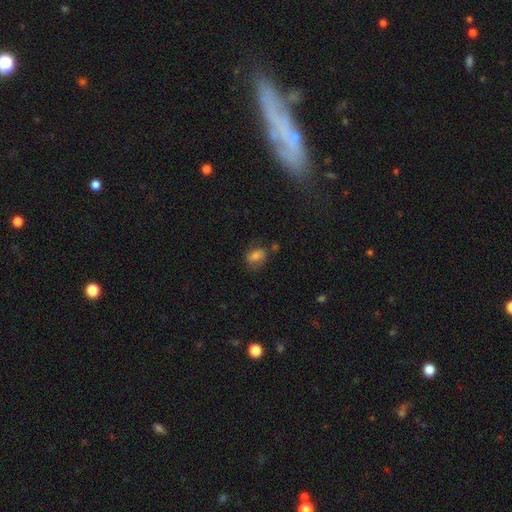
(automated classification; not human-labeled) This appears to be a smooth galaxy with no disk features (74%) that is in between round and cigar-shaped (71%). Merging: none (63%).